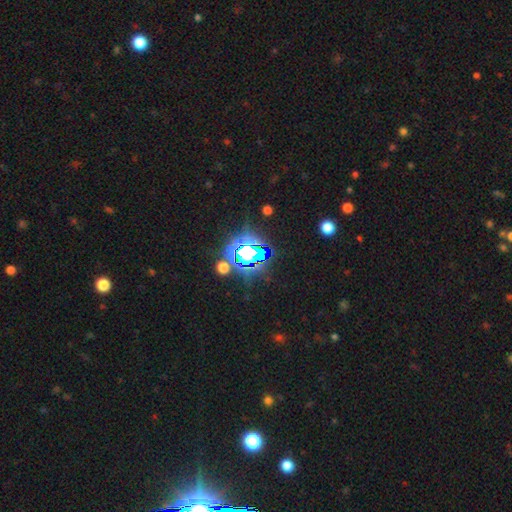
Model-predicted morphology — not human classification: Smooth or featured? Predicted: star or artifact (p=0.73).